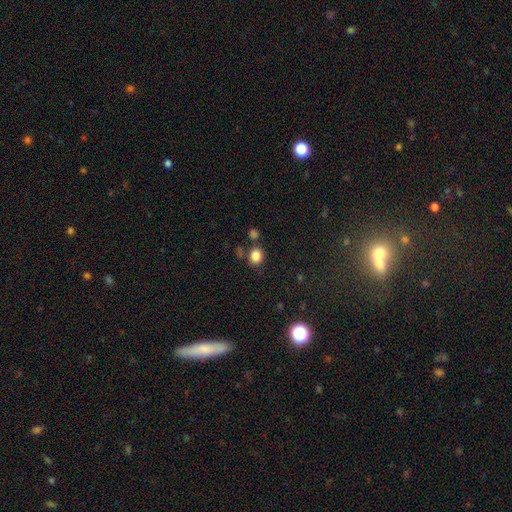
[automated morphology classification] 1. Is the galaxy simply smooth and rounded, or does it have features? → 84% smooth, 12% star or artifact, 4% featured or disk.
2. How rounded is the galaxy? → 70% round, 29% in between, 1% cigar-shaped.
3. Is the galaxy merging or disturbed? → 76% none, 11% minor disturbance, 9% merger, 4% major disturbance.